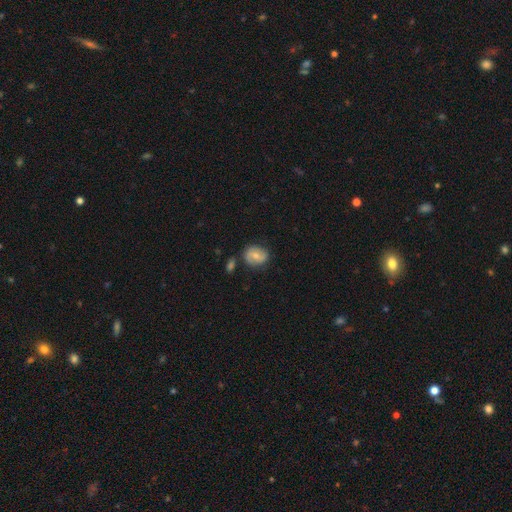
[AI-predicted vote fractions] smooth-or-featured: smooth: 53% | featured or disk: 39% | star or artifact: 8%
  how-rounded: round: 51% | in between: 48% | cigar-shaped: 1%
  merging: none: 71% | minor disturbance: 19% | merger: 5% | major disturbance: 5%